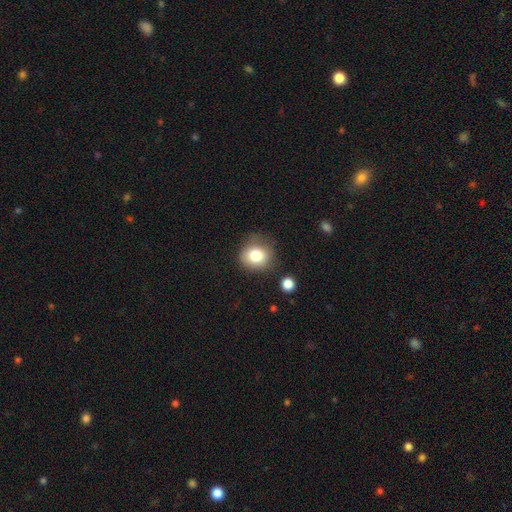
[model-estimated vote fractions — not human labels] The model was most divided on "merging": none: 71%, minor disturbance: 19%, major disturbance: 6%, merger: 3%. More confident: how rounded — round (83%); smooth or featured — smooth (80%).